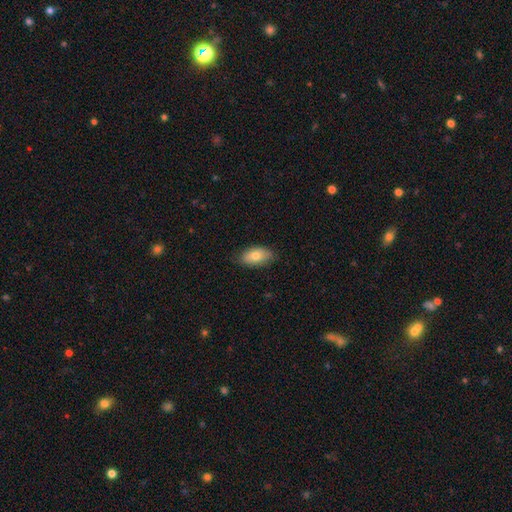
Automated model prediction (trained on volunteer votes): smooth-or-featured: smooth: 77% | featured or disk: 17% | star or artifact: 7%
  how-rounded: in between: 92% | round: 4% | cigar-shaped: 3%
  merging: none: 81% | minor disturbance: 15% | major disturbance: 2% | merger: 1%